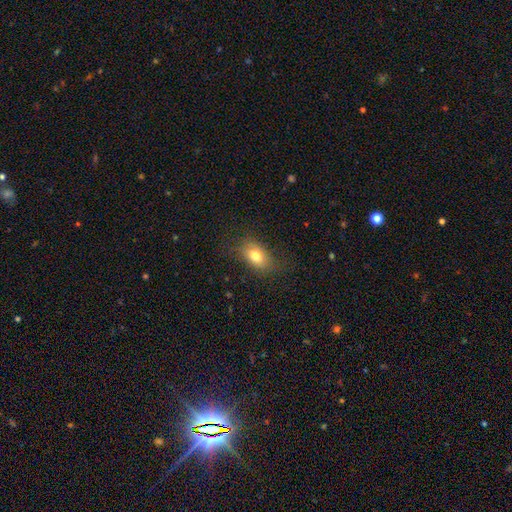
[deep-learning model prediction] Q: Smooth or featured?
A: smooth (76%); runner-up: featured or disk (13%)
Q: How rounded?
A: in between (83%); runner-up: round (14%)
Q: Merging?
A: none (76%); runner-up: minor disturbance (16%)